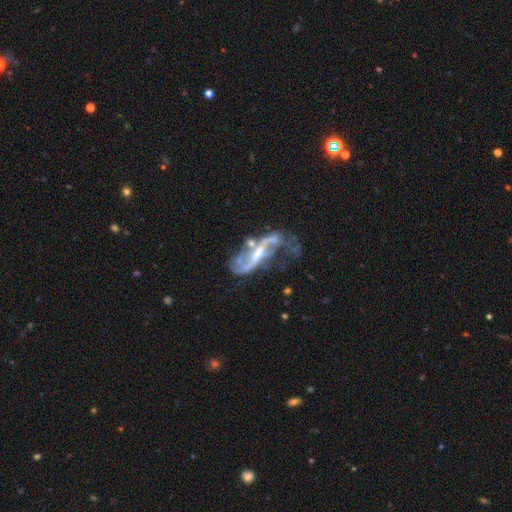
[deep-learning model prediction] The model was most divided on "bar": strong: 40%, weak: 36%, no: 24%. Remaining: edge-on disk — no (89%); spiral arms — yes (85%); smooth or featured — featured or disk (82%); spiral arm count — 2 (82%); spiral winding — loose (73%); bulge size — small (46%); merging — none (38%).